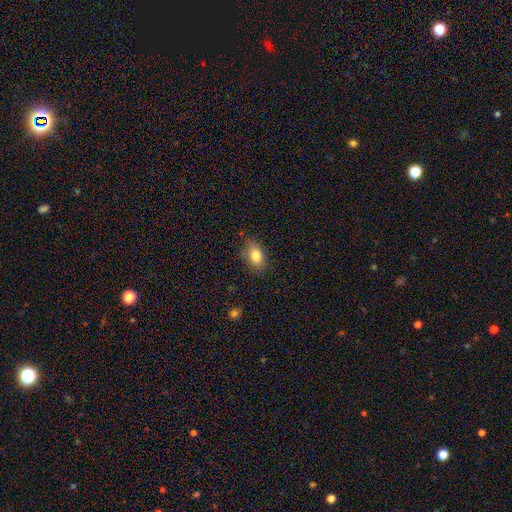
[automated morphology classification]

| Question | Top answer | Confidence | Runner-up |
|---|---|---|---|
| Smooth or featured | smooth | 82% | featured or disk (9%) |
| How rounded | in between | 85% | round (13%) |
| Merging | none | 81% | minor disturbance (15%) |